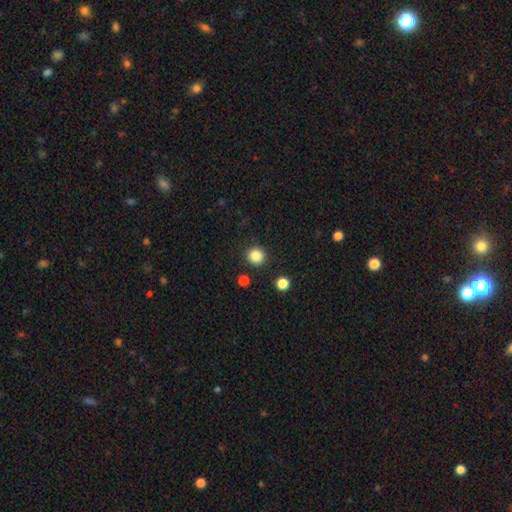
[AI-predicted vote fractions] Morphology: type=smooth (85%); roundness=round (94%); merging=none (90%).